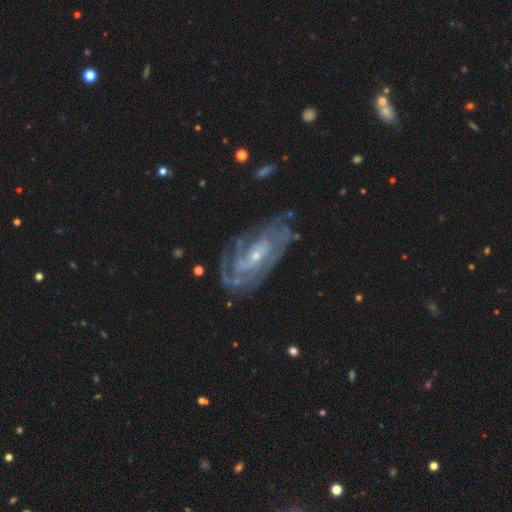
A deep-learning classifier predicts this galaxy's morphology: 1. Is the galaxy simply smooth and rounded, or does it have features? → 88% featured or disk, 6% smooth, 6% star or artifact.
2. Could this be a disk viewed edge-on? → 94% no, 6% yes.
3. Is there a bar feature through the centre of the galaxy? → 56% no, 31% weak, 12% strong.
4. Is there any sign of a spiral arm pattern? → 95% yes, 5% no.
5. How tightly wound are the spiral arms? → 64% tight, 29% medium, 6% loose.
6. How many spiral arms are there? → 31% can't tell, 24% 2, 20% 3, 13% 4, 7% more than 4, 6% 1.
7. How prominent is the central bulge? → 77% small, 19% moderate, 2% none, 1% large, 1% dominant.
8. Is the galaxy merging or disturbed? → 71% none, 18% minor disturbance, 9% major disturbance, 2% merger.